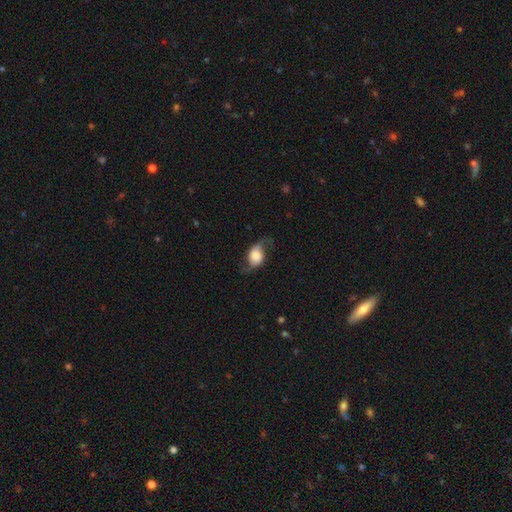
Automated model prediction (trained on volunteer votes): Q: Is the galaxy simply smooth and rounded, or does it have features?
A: featured or disk — 53%.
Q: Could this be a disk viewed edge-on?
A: no — 93%.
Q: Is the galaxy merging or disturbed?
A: none — 60%.